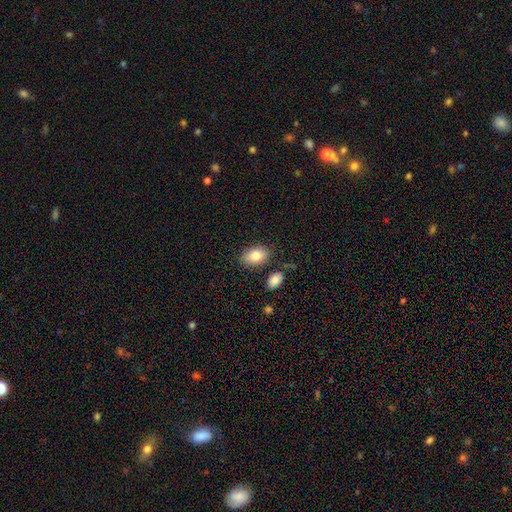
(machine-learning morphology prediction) The model was most divided on "merging": none: 79%, minor disturbance: 13%, merger: 5%, major disturbance: 3%. More confident: how rounded — in between (90%); smooth or featured — smooth (82%).